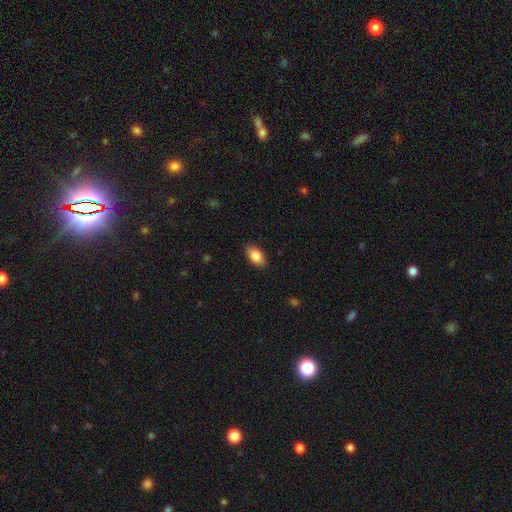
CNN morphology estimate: smooth 85%, featured or disk 8%, star or artifact 7%. Down the decision tree: how rounded — in between (92%); merging — none (88%).